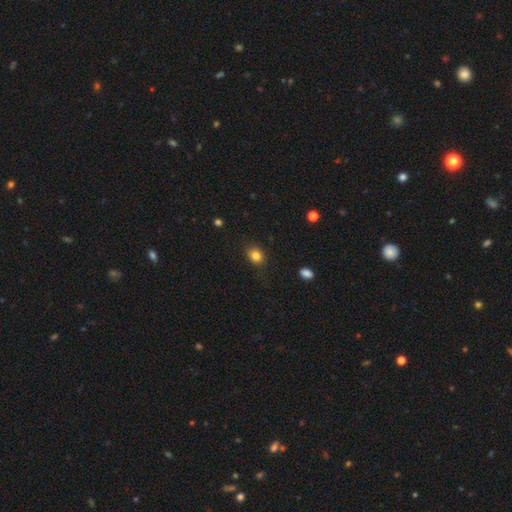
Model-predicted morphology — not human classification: Smooth or featured? smooth (83%)
How rounded? round (50%)
Merging? none (83%)